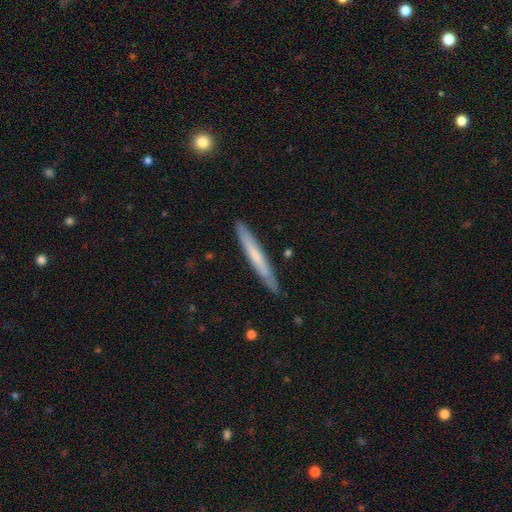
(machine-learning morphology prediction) This is possibly a smooth galaxy (54%). How rounded: clearly cigar-shaped (96%). Merging: clearly none (88%).